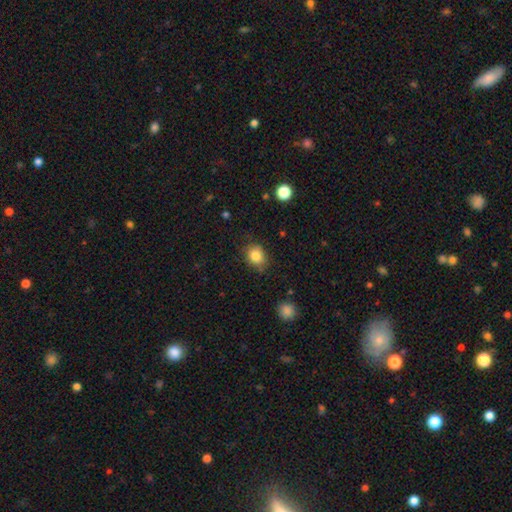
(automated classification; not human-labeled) smooth 83%, star or artifact 10%, featured or disk 7%. Down the decision tree: how rounded — round (55%); merging — none (77%).